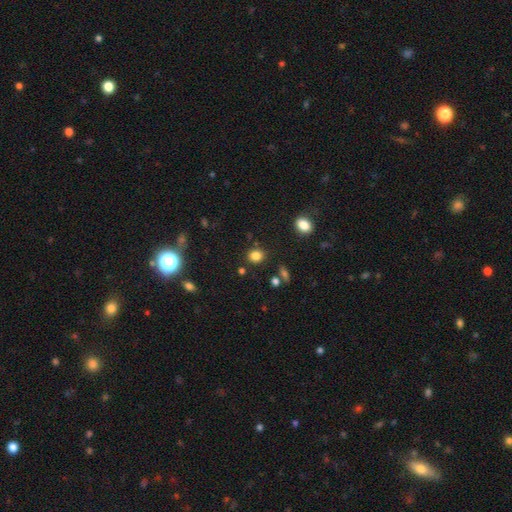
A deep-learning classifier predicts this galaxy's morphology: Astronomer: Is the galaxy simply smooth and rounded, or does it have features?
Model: smooth — 82%.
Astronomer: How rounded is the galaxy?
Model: round — 73%.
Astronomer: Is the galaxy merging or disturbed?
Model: none — 84%.